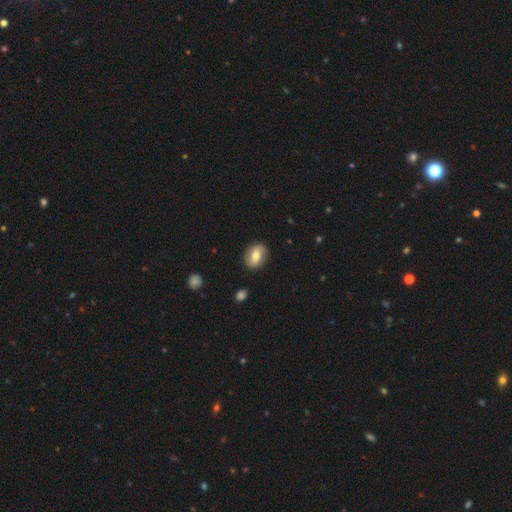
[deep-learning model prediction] Smooth or featured: smooth — 58% (featured or disk — 34%)
How rounded: in between — 59% (round — 40%)
Merging: none — 86% (minor disturbance — 10%)